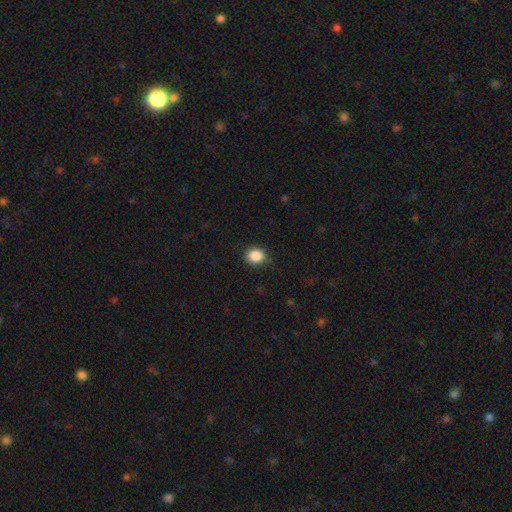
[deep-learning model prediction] smooth-or-featured: smooth: 87% | star or artifact: 9% | featured or disk: 4%
  how-rounded: round: 60% | in between: 39% | cigar-shaped: 1%
  merging: none: 81% | minor disturbance: 15% | major disturbance: 3% | merger: 1%